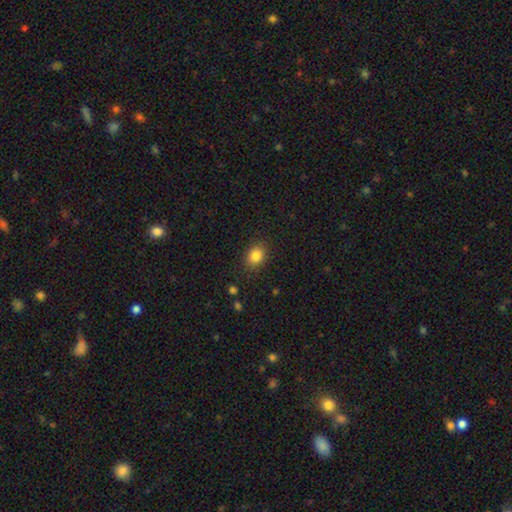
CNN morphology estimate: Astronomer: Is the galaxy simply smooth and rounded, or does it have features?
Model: smooth — 85%.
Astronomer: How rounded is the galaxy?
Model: in between — 59% (runner-up: round, 40%).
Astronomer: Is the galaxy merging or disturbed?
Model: none — 87%.